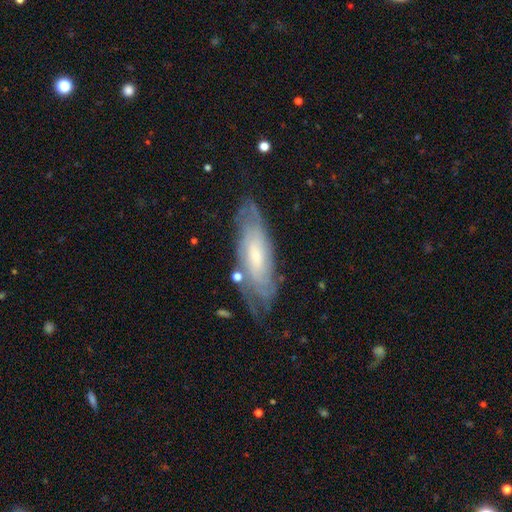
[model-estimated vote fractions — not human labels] This is likely a featured or disk galaxy (69%). It is clearly not viewed edge-on (81%). Bar: likely no (63%). Spiral arm pattern: clearly yes (86%). Central bulge: possibly small (55%). Merging: likely none (68%).